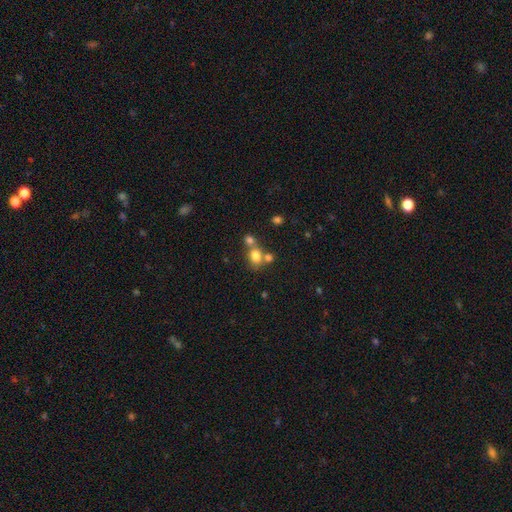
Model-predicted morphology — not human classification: Smooth or featured? Predicted: smooth (p=0.76). How rounded? Predicted: round (p=0.57). Merging? Predicted: merger (p=0.43, tied with none).